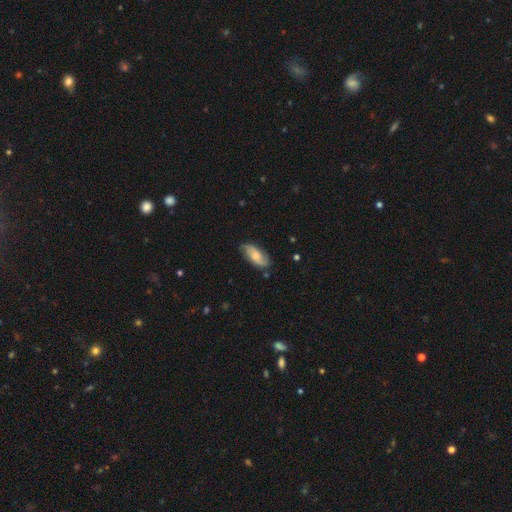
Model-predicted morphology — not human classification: A featured or disk galaxy (54%).

Vote fractions:
- Smooth or featured? featured or disk: 54% / smooth: 39% / star or artifact: 7%
- Edge-on disk? no: 92% / yes: 8%
- Merging? none: 77% / minor disturbance: 17% / major disturbance: 4% / merger: 1%